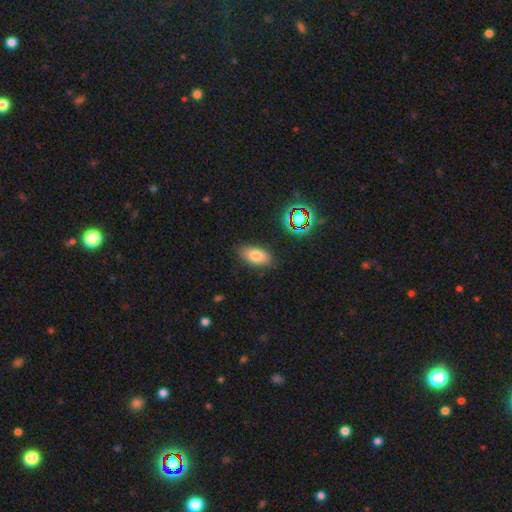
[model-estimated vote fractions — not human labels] The model was most divided on "smooth or featured": smooth: 75%, featured or disk: 13%, star or artifact: 12%. More confident: how rounded — in between (90%); merging — none (83%).